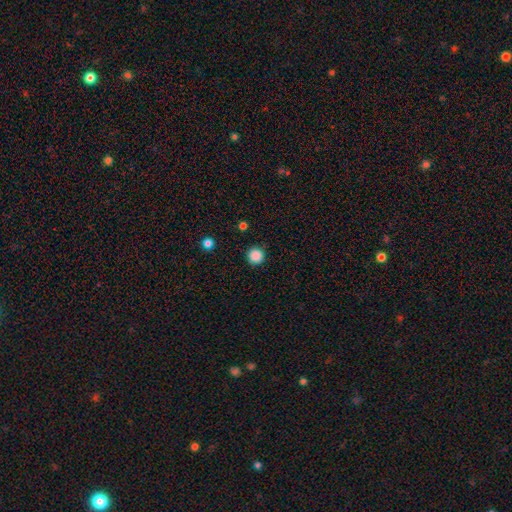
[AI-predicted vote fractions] This is clearly a smooth galaxy (87%). How rounded: clearly round (96%). Merging: clearly none (91%).